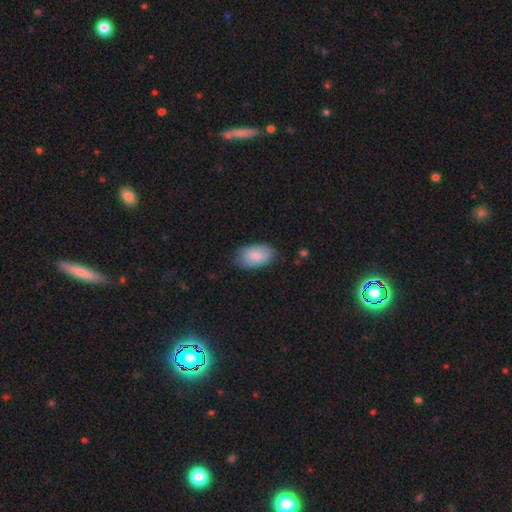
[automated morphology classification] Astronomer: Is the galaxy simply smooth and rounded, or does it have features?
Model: smooth — 83%.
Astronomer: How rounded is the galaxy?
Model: in between — 94%.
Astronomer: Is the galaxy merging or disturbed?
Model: none — 75%.